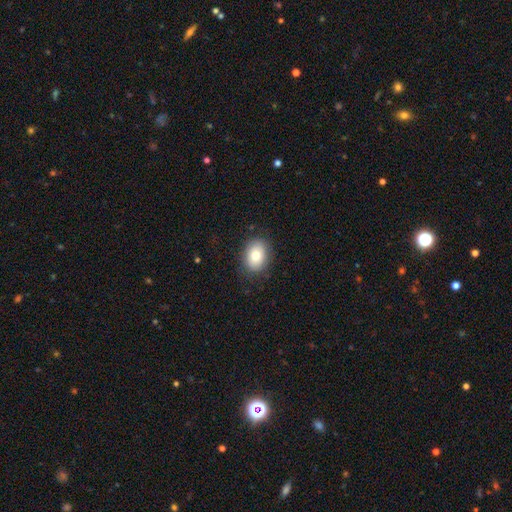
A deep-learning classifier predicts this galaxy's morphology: A smooth galaxy with no disk features (78%) that is in between round and cigar-shaped (67%).

Vote fractions:
- Smooth or featured? smooth: 78% / featured or disk: 13% / star or artifact: 9%
- How rounded? in between: 67% / round: 32% / cigar-shaped: 1%
- Merging? none: 86% / minor disturbance: 11% / major disturbance: 3% / merger: 1%